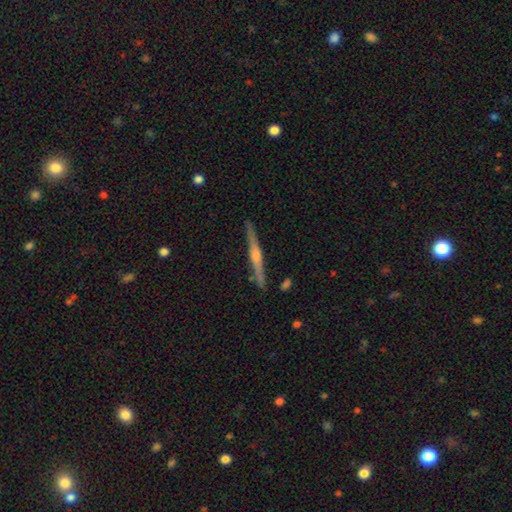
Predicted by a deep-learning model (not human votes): smooth_or_featured: featured or disk (p=0.77) [alt: smooth p=0.16]
disk_edge_on: yes (p=0.97) [alt: no p=0.03]
edge_on_bulge: rounded (p=0.78) [alt: none p=0.14]
merging: none (p=0.89) [alt: minor disturbance p=0.08]